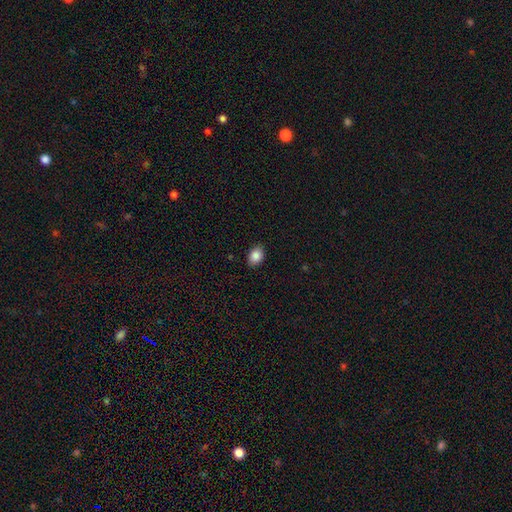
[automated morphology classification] This is clearly a smooth galaxy (86%). How rounded: likely in between (77%). Merging: clearly none (87%).